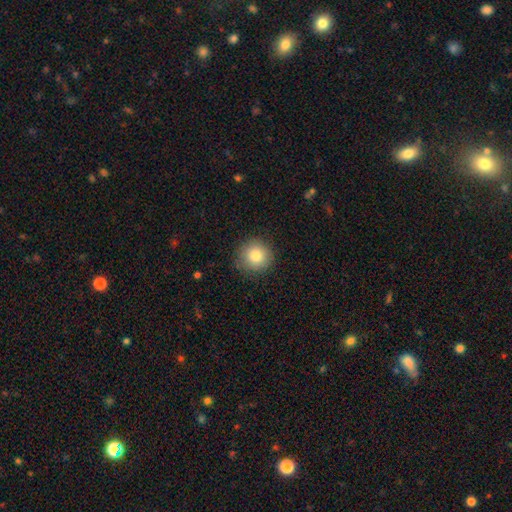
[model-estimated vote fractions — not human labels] Smooth or featured? Predicted: smooth (p=0.83). How rounded? Predicted: round (p=0.93). Merging? Predicted: none (p=0.89).